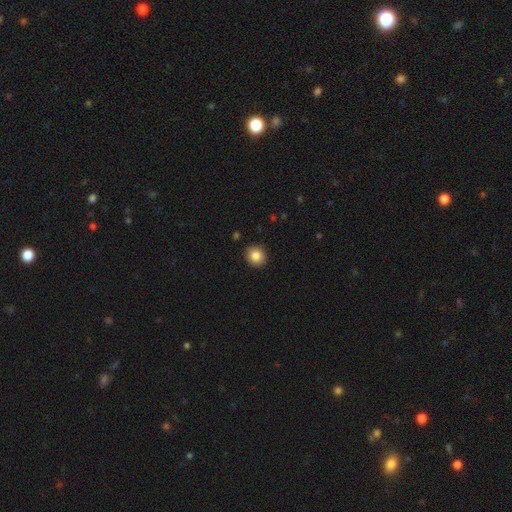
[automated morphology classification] type=smooth (86%); roundness=round (86%); merging=none (92%).